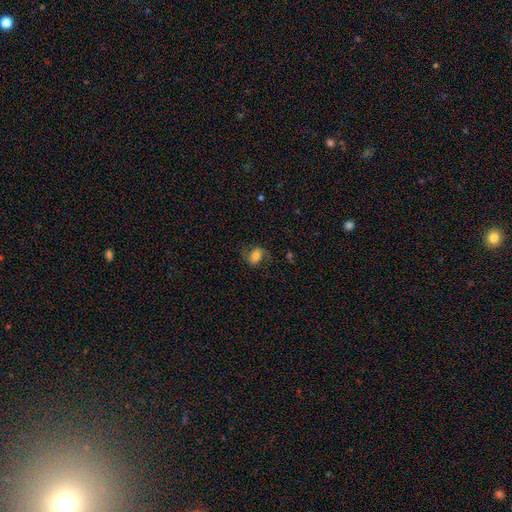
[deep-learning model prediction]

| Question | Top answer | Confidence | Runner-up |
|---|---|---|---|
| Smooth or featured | smooth | 60% | featured or disk (30%) |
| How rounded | in between | 76% | round (22%) |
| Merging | none | 64% | minor disturbance (20%) |